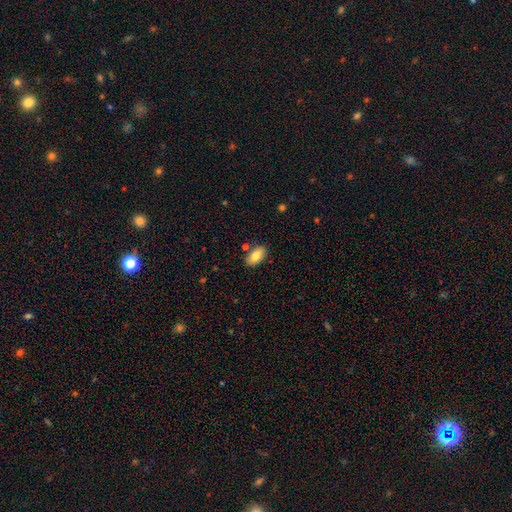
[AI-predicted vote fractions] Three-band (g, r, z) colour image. It shows a smooth galaxy with no disk features (81%) that is in between round and cigar-shaped (93%). Merging: none (83%).